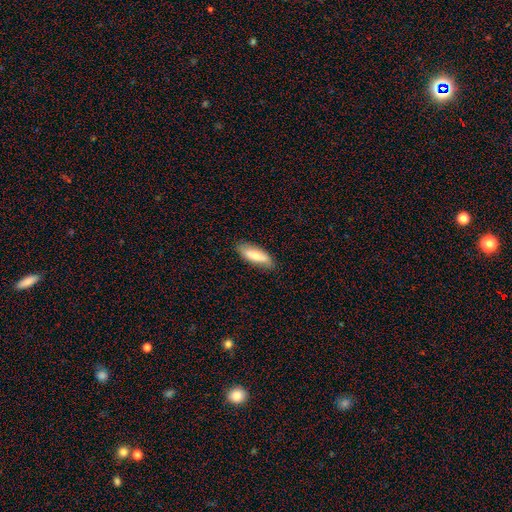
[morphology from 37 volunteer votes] A smooth galaxy with no disk features (57%) that is in between round and cigar-shaped (90%). Merging: none (69%).